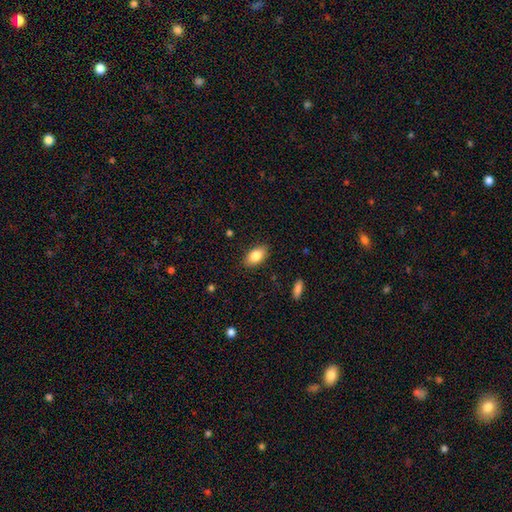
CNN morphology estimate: Q: Smooth or featured?
A: smooth (83%); runner-up: featured or disk (10%)
Q: How rounded?
A: in between (91%); runner-up: round (6%)
Q: Merging?
A: none (86%); runner-up: minor disturbance (10%)